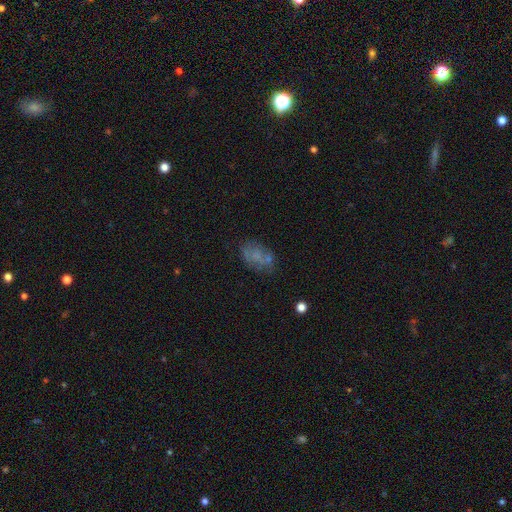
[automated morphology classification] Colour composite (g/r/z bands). It shows a smooth galaxy with no disk features (59%) that is in between round and cigar-shaped (85%). Merging: none (56%).